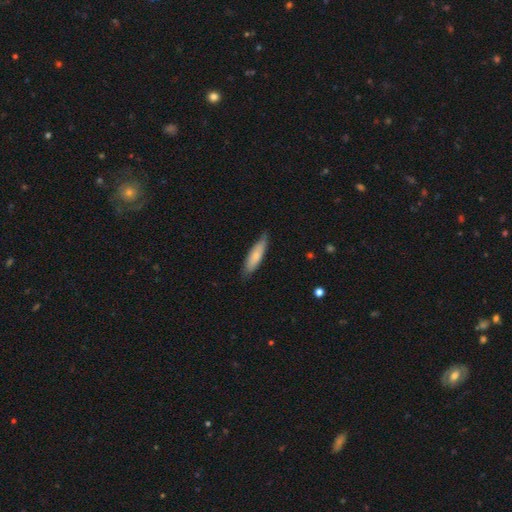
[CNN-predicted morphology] smooth_or_featured: smooth (p=0.76) [alt: featured or disk p=0.19]
how_rounded: cigar-shaped (p=0.63) [alt: in between p=0.35]
merging: none (p=0.79) [alt: minor disturbance p=0.18]